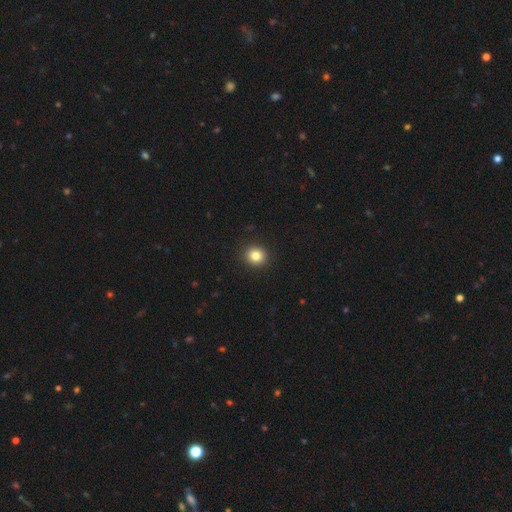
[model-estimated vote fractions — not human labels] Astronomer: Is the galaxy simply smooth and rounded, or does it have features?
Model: smooth — 83%.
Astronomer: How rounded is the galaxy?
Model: round — 86%.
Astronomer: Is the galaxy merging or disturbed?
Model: none — 92%.